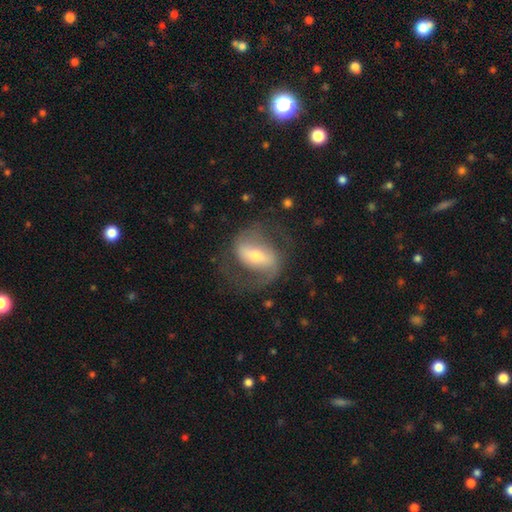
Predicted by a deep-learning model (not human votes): A featured or disk galaxy (82%) with a strong bar (54%), 2 (87%) medium (52%) spiral arms (92%) and a moderate central bulge (53%). Merging: none (70%).